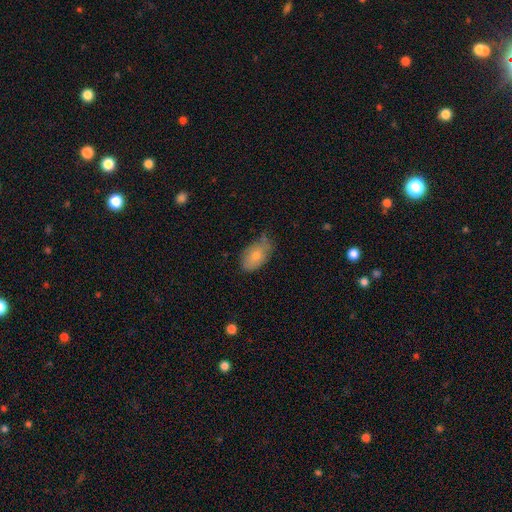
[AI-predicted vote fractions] smooth 76%, featured or disk 17%, star or artifact 7%. Down the decision tree: how rounded — in between (92%); merging — none (57%).